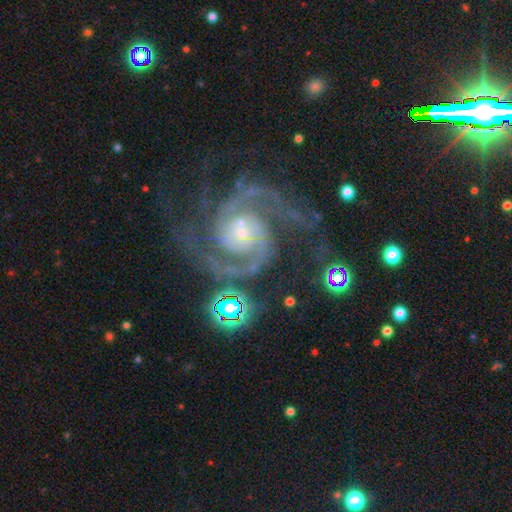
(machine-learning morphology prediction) smooth_or_featured: featured or disk (p=0.90) [alt: star or artifact p=0.07]
disk_edge_on: no (p=0.98) [alt: yes p=0.02]
bar: no (p=0.60) [alt: weak p=0.28]
has_spiral_arms: yes (p=0.99) [alt: no p=0.01]
spiral_winding: tight (p=0.47) [alt: medium p=0.46]
spiral_arm_count: 2 (p=0.76) [alt: 3 p=0.10]
bulge_size: small (p=0.57) [alt: moderate p=0.33]
merging: none (p=0.74) [alt: minor disturbance p=0.14]